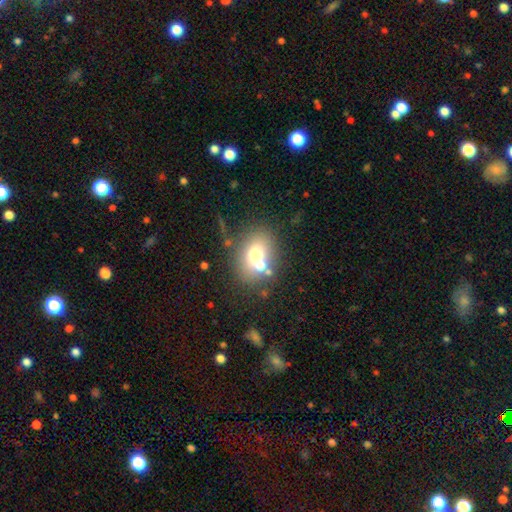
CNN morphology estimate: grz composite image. It shows a smooth galaxy with no disk features (64%) that is in between round and cigar-shaped (52%). Merging: none (57%).